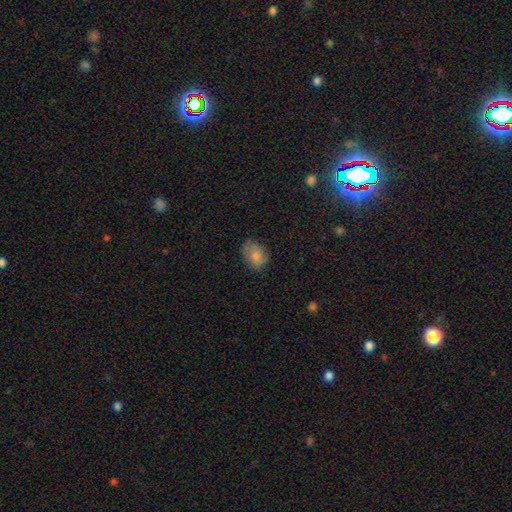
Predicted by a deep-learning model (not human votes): Q: Smooth or featured?
A: smooth (82%); runner-up: featured or disk (10%)
Q: How rounded?
A: in between (68%); runner-up: round (31%)
Q: Merging?
A: none (64%); runner-up: minor disturbance (27%)